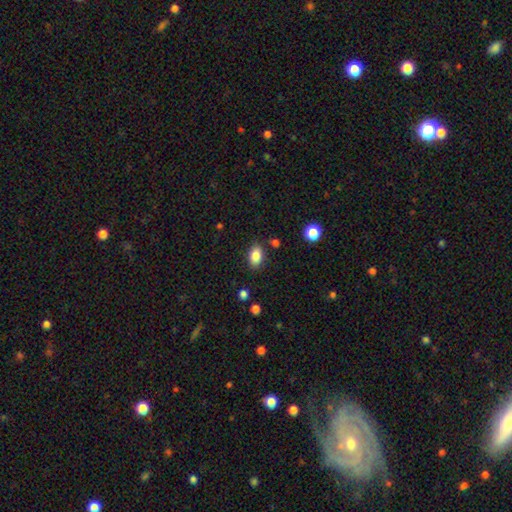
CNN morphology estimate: type=smooth (86%); roundness=in between (87%); merging=none (84%).